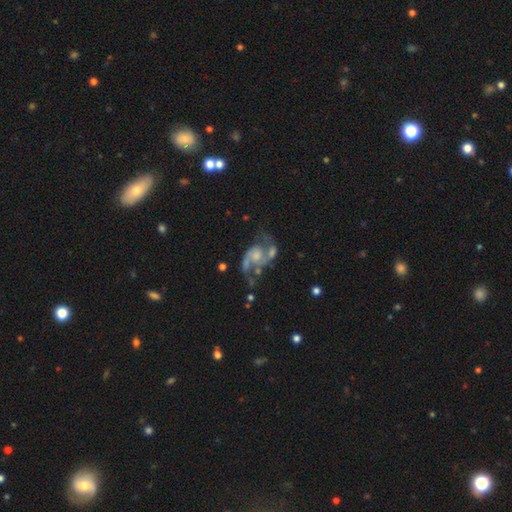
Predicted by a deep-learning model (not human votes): A featured or disk galaxy (83%) with no bar (63%), 2 (87%) loose (50%) spiral arms (92%) and a small central bulge (37%). Merging: none (40%).